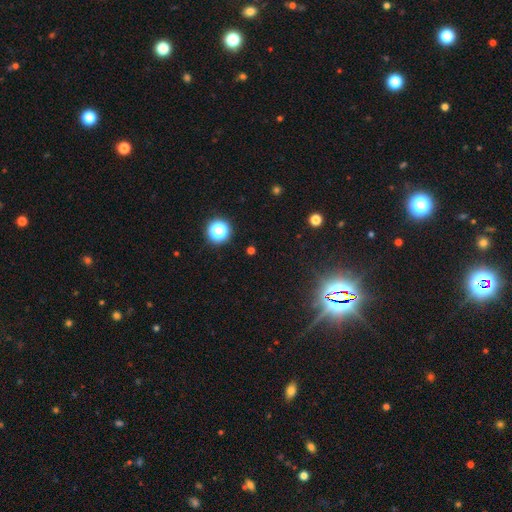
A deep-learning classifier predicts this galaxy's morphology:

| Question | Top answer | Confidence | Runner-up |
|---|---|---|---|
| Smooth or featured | star or artifact | 81% | smooth (12%) |